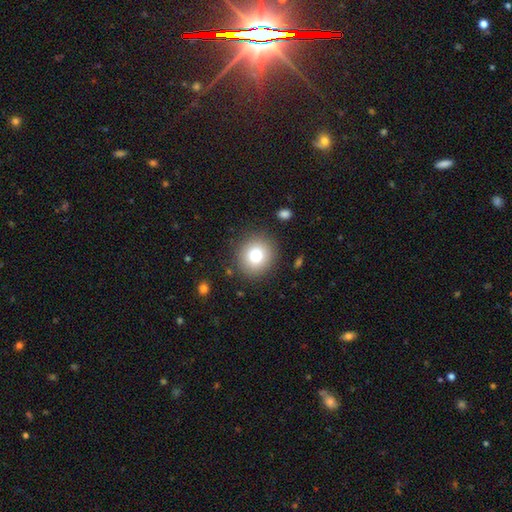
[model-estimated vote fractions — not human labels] Q: Smooth or featured?
A: smooth (76%); runner-up: featured or disk (12%)
Q: How rounded?
A: round (89%); runner-up: in between (11%)
Q: Merging?
A: none (88%); runner-up: minor disturbance (8%)